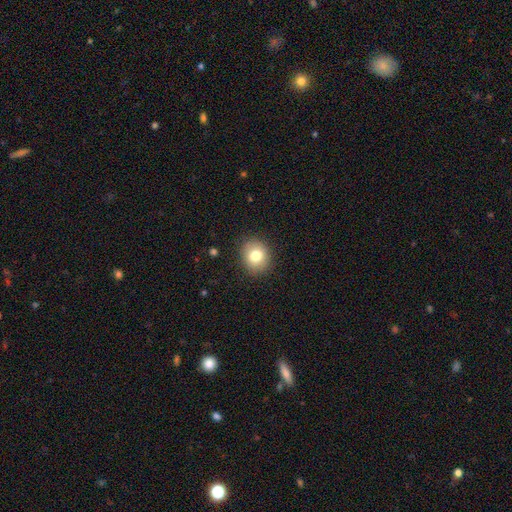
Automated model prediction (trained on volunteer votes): smooth_or_featured: smooth (p=0.79) [alt: featured or disk p=0.11]
how_rounded: round (p=0.73) [alt: in between p=0.26]
merging: none (p=0.88) [alt: minor disturbance p=0.09]